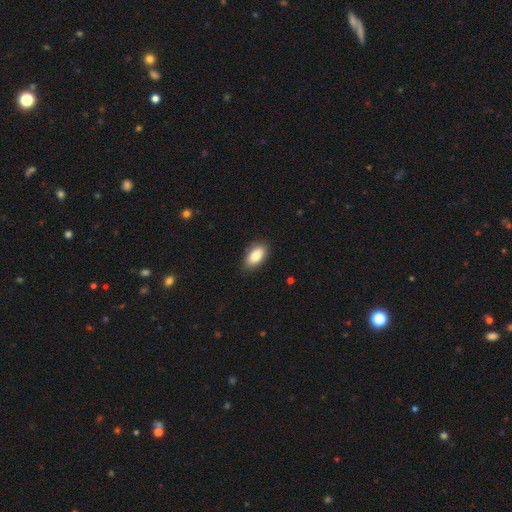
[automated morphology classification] Overall: smooth (86%). How rounded: in between (92%). Merging: none (85%).